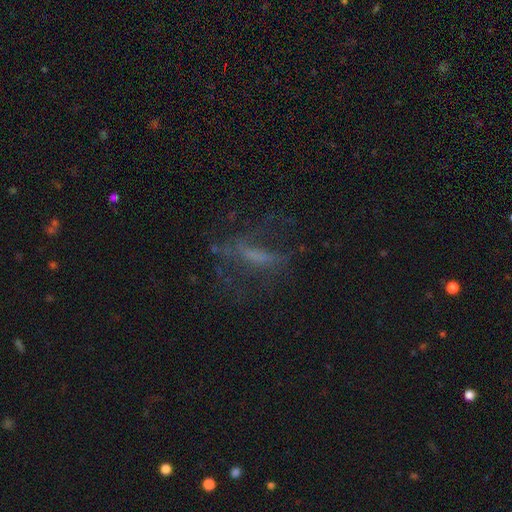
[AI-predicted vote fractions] The model was most divided on "merging": none: 50%, major disturbance: 30%, minor disturbance: 18%, merger: 3%. More confident: edge-on disk — no (78%); smooth or featured — featured or disk (52%).